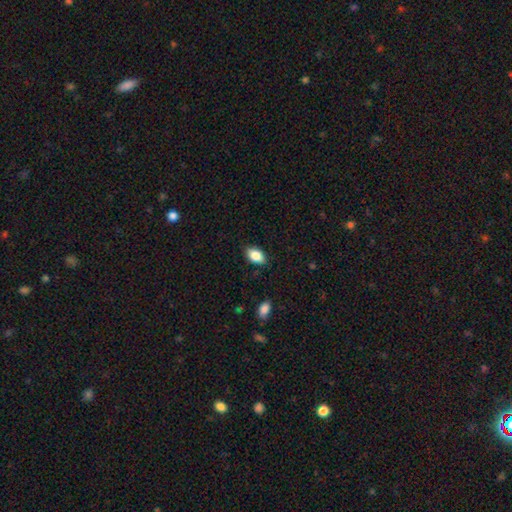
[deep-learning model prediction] Q: Smooth or featured?
A: smooth (86%); runner-up: star or artifact (8%)
Q: How rounded?
A: in between (91%); runner-up: round (7%)
Q: Merging?
A: none (85%); runner-up: minor disturbance (12%)